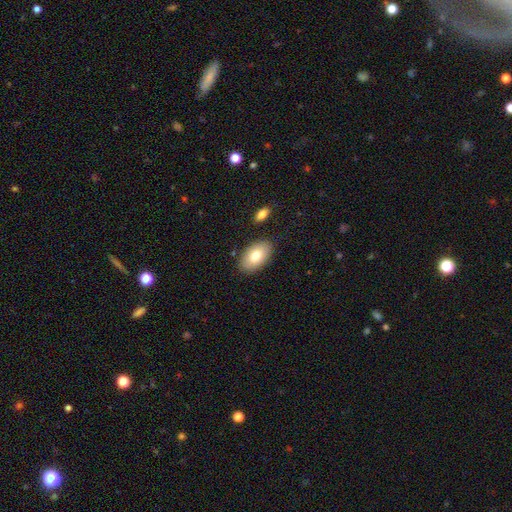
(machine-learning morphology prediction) A smooth galaxy with no disk features (76%) that is in between round and cigar-shaped (94%). Merging: none (85%).